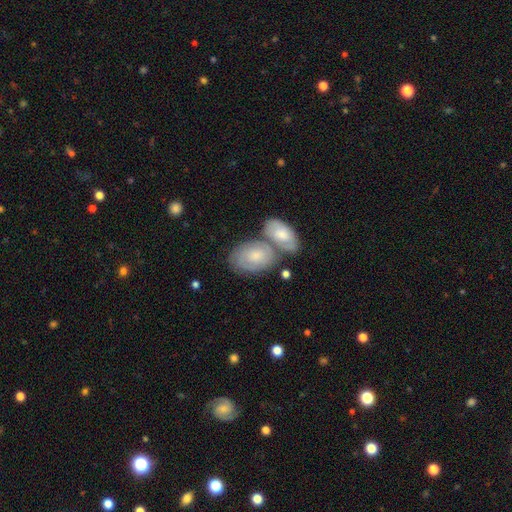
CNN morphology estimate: Smooth or featured: featured or disk — 48% (smooth — 46%)
Merging: none — 42% (merger — 37%)